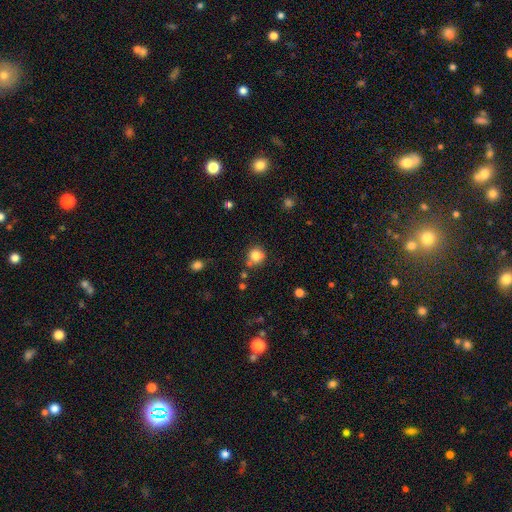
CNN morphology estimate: Overall: smooth (81%). How rounded: round (89%). Merging: none (70%).